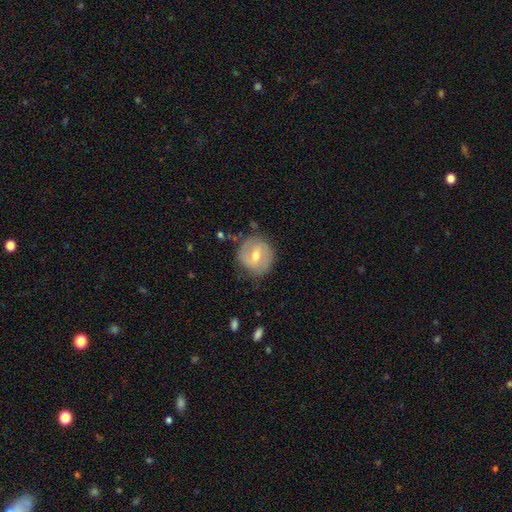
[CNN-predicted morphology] This is likely a featured or disk galaxy (67%). It is clearly not viewed edge-on (96%). Bar: possibly weak (54%). Spiral arm pattern: likely yes (80%). Spiral arm count: clearly 2 (82%). Spiral winding: marginally medium (43%). Central bulge: likely moderate (66%). Merging: likely none (78%).